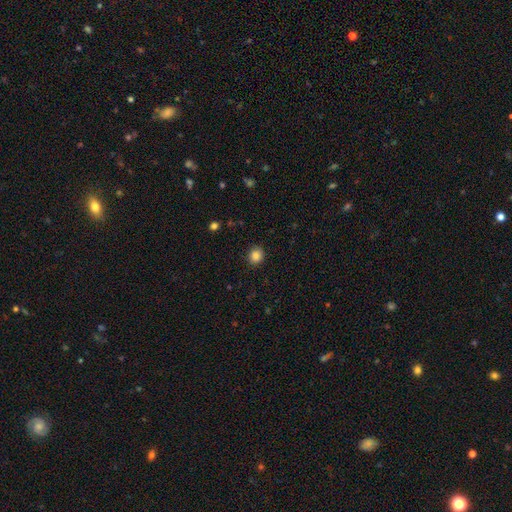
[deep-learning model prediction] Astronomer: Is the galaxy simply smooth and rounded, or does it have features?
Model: smooth — 85%.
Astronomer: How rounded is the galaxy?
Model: round — 81%.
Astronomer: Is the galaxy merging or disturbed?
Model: none — 91%.